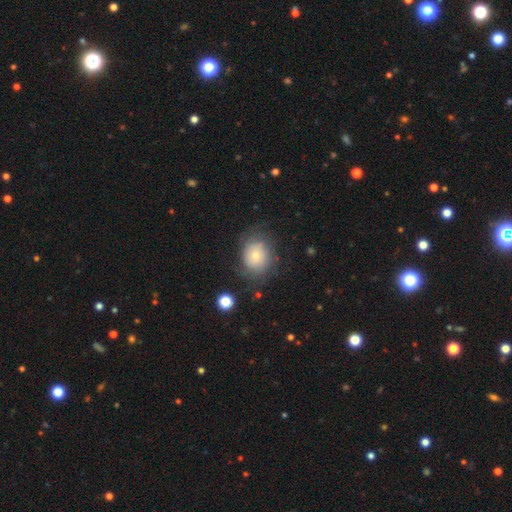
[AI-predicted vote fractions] This appears to be a smooth galaxy with no disk features (59%) that is round (60%). Merging: none (63%).